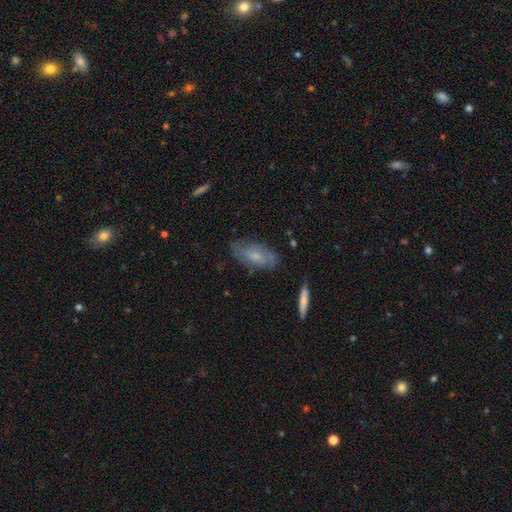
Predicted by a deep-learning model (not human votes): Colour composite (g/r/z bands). It shows a smooth galaxy with no disk features (56%) that is in between round and cigar-shaped (81%). Merging: none (72%).